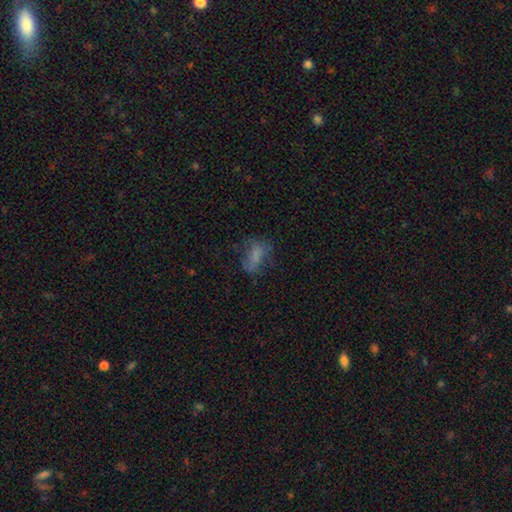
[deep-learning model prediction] This is likely a smooth galaxy (60%). How rounded: clearly in between (82%). Merging: possibly none (46%).